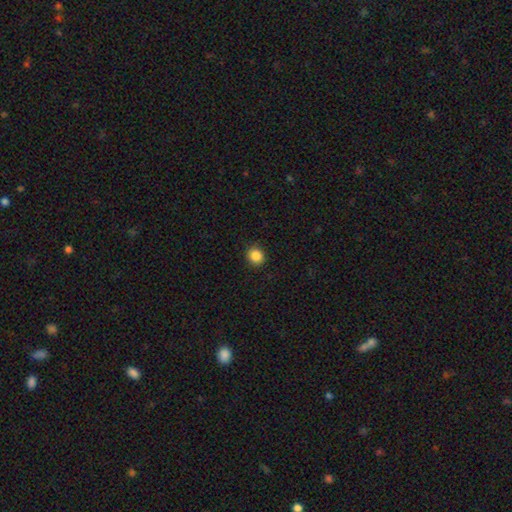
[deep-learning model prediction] This is clearly a smooth galaxy (87%). How rounded: clearly round (87%). Merging: clearly none (90%).